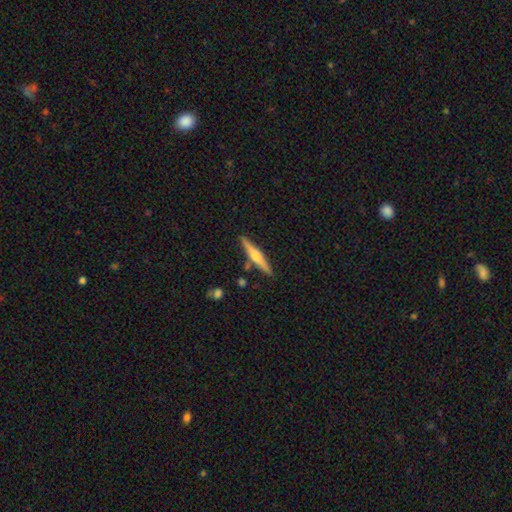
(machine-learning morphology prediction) Smooth or featured? featured or disk (57%)
Edge-on disk? yes (97%)
Edge-on bulge? rounded (88%)
Merging? none (85%)